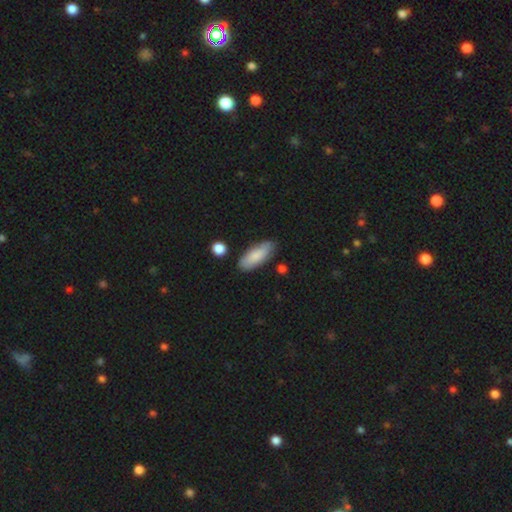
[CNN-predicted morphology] smooth 80%, featured or disk 14%, star or artifact 6%. Down the decision tree: how rounded — in between (72%); merging — none (77%).